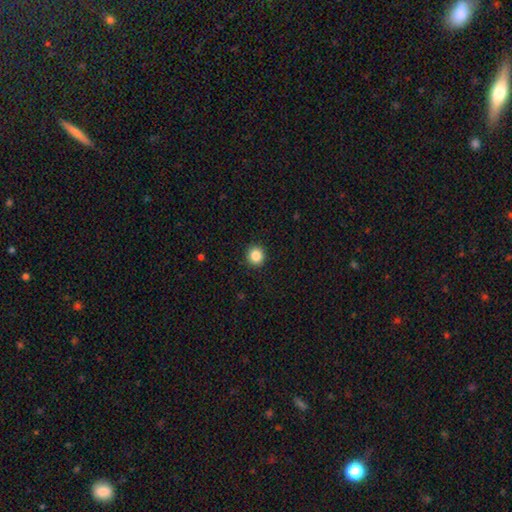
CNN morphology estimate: This appears to be a smooth galaxy with no disk features (86%) that is round (90%). Merging: none (92%).